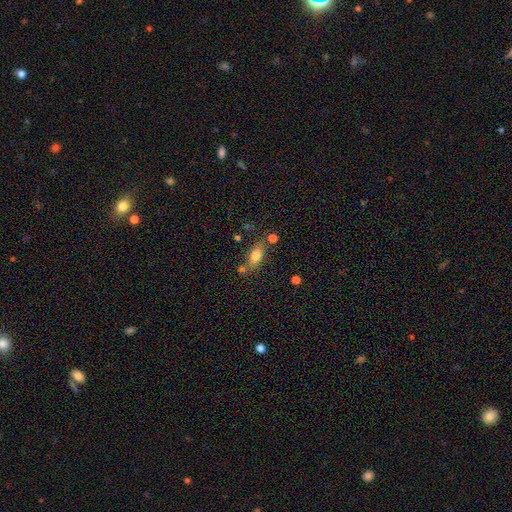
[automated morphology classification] Smooth or featured: smooth — 77% (featured or disk — 14%)
How rounded: in between — 83% (cigar-shaped — 10%)
Merging: none — 63% (merger — 17%)